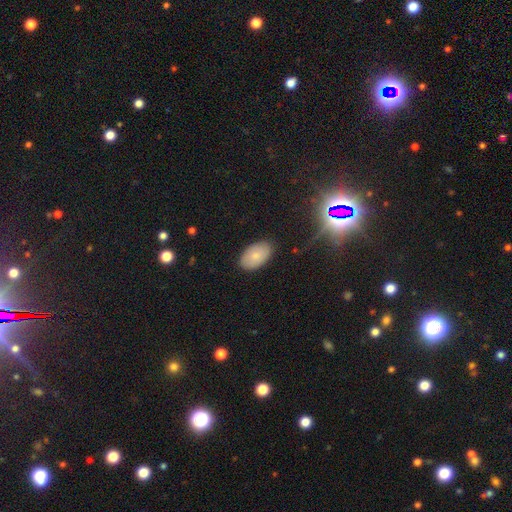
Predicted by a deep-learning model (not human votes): smooth-or-featured: smooth: 80% | featured or disk: 13% | star or artifact: 8%
  how-rounded: in between: 94% | round: 5% | cigar-shaped: 1%
  merging: none: 85% | minor disturbance: 11% | major disturbance: 2% | merger: 1%